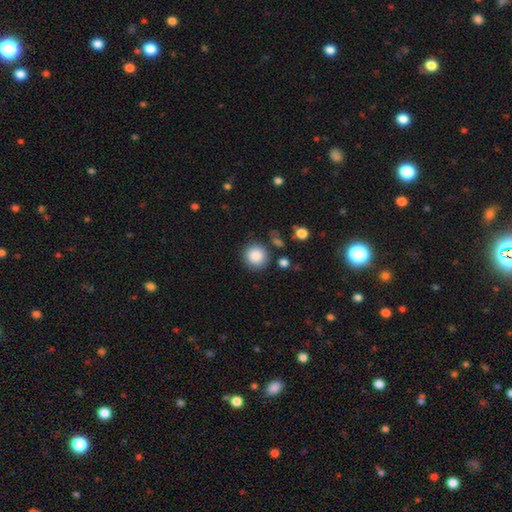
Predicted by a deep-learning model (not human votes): smooth-or-featured: smooth: 87% | star or artifact: 9% | featured or disk: 4%
  how-rounded: round: 92% | in between: 7% | cigar-shaped: 1%
  merging: none: 84% | minor disturbance: 9% | merger: 3% | major disturbance: 3%